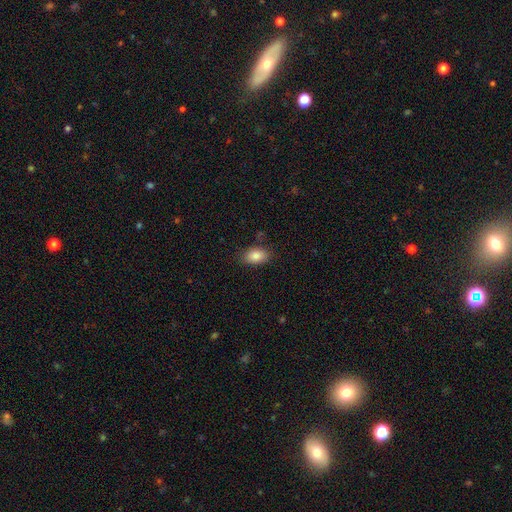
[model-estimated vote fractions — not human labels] Smooth or featured?
  - smooth: 85% *
  - star or artifact: 8%
  - featured or disk: 7%
How rounded?
  - in between: 89% *
  - round: 9%
  - cigar-shaped: 2%
Merging?
  - none: 82% *
  - minor disturbance: 13%
  - major disturbance: 3%
  - merger: 2%